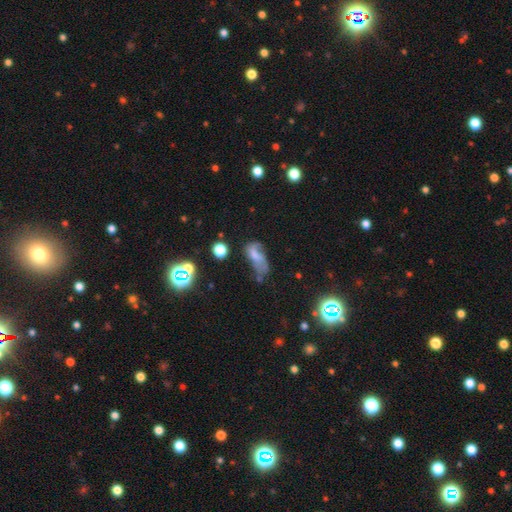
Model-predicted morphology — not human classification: This appears to be a smooth galaxy with no disk features (50%) that is in between round and cigar-shaped (82%). Merging: major disturbance (35%).